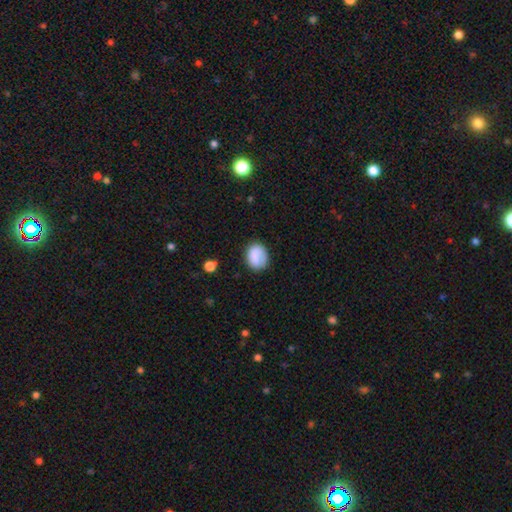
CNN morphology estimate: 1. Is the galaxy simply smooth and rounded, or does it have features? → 83% smooth, 9% featured or disk, 8% star or artifact.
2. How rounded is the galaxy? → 51% round, 48% in between, 1% cigar-shaped.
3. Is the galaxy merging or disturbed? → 76% none, 17% minor disturbance, 5% major disturbance, 2% merger.